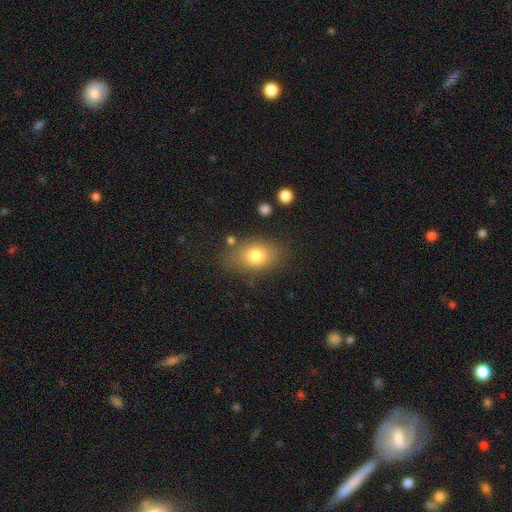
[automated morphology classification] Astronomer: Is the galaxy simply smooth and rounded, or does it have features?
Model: smooth — 78%.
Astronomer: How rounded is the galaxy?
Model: in between — 78%.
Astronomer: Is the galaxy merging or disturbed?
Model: none — 76%.